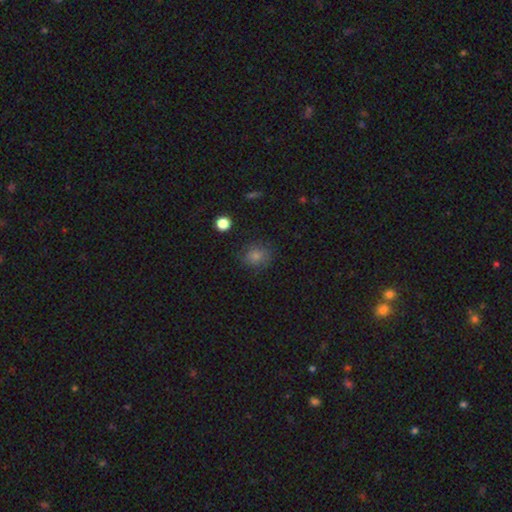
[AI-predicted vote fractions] Smooth or featured: smooth — 75% (star or artifact — 17%)
How rounded: round — 72% (in between — 27%)
Merging: none — 81% (minor disturbance — 14%)